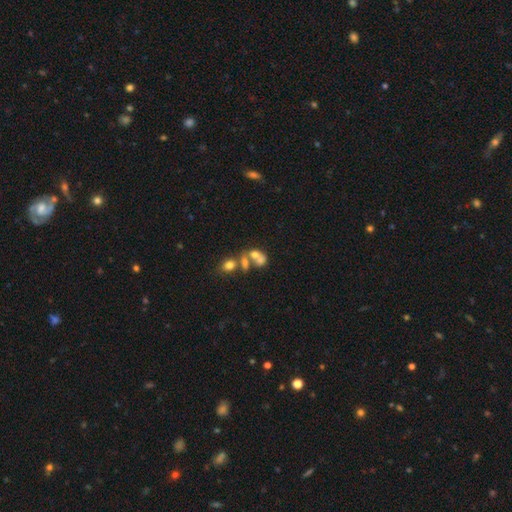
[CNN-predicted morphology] smooth 45%, star or artifact 36%, featured or disk 19%. Down the decision tree: merging — none (45%).